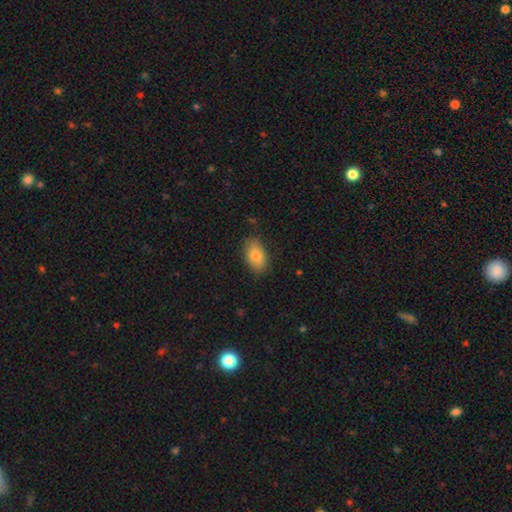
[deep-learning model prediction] Morphology: type=smooth (84%); roundness=in between (91%); merging=none (83%).